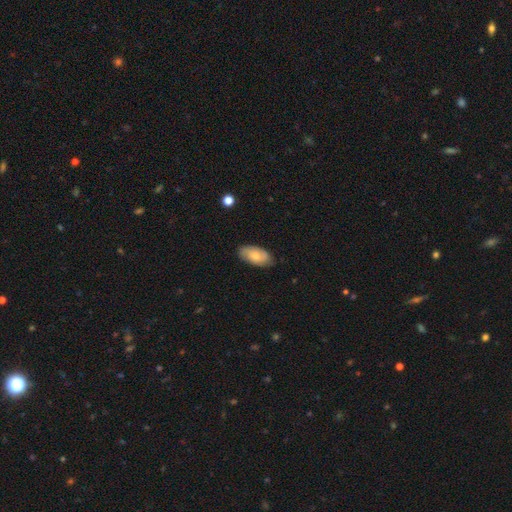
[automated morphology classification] smooth-or-featured: smooth: 63% | featured or disk: 31% | star or artifact: 7%
  how-rounded: in between: 93% | cigar-shaped: 3% | round: 3%
  merging: none: 79% | minor disturbance: 16% | major disturbance: 3% | merger: 1%